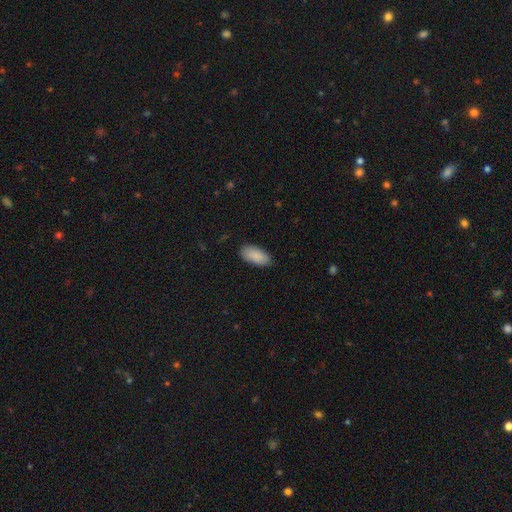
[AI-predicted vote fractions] smooth_or_featured: smooth (p=0.90) [alt: star or artifact p=0.06]
how_rounded: in between (p=0.93) [alt: cigar-shaped p=0.05]
merging: none (p=0.85) [alt: minor disturbance p=0.12]